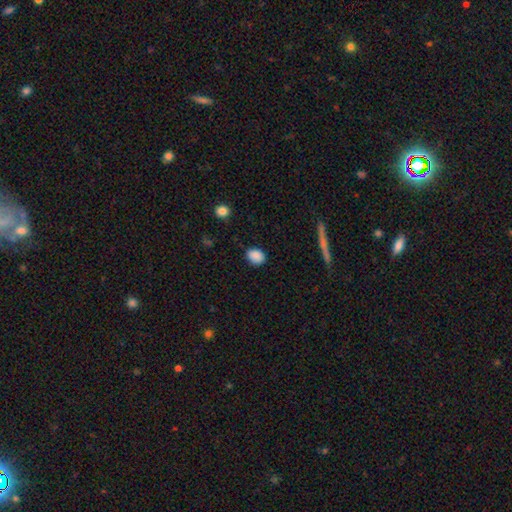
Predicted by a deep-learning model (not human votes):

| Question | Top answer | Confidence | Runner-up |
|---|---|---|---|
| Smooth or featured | smooth | 88% | star or artifact (8%) |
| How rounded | in between | 61% | round (38%) |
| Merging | none | 84% | minor disturbance (12%) |